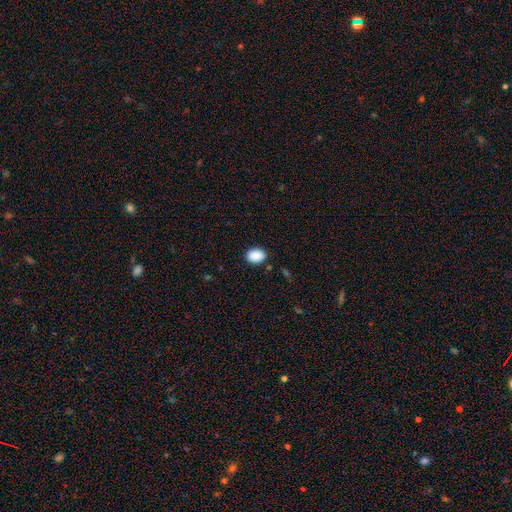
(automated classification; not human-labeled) Q: Smooth or featured?
A: smooth (89%); runner-up: star or artifact (8%)
Q: How rounded?
A: in between (69%); runner-up: round (30%)
Q: Merging?
A: none (87%); runner-up: minor disturbance (9%)